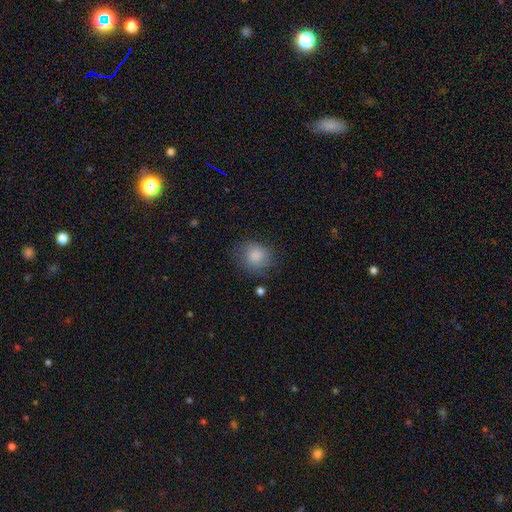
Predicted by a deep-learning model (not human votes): Morphology: type=smooth (82%); roundness=round (74%); merging=none (69%).